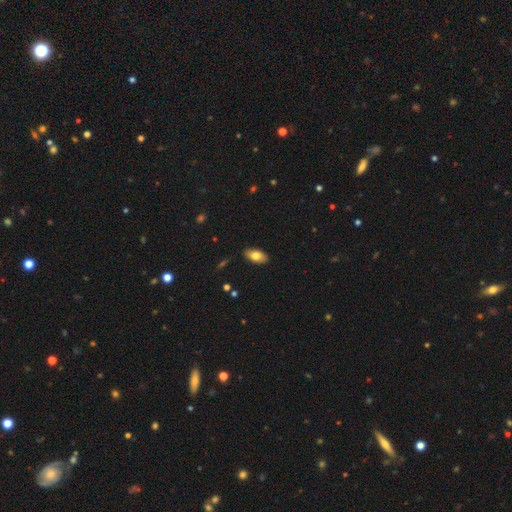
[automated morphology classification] type=smooth (78%); roundness=in between (92%); merging=none (87%).